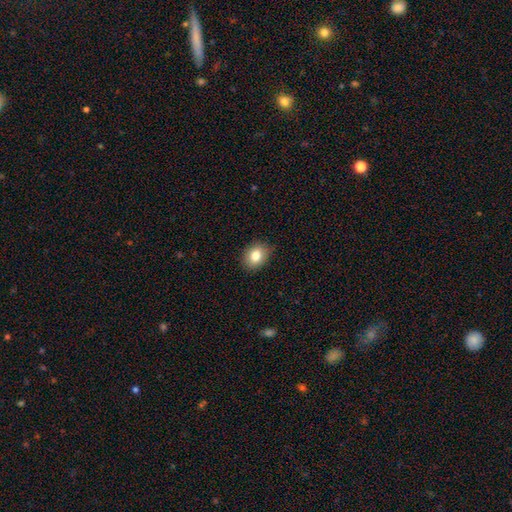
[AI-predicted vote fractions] Overall: smooth (81%). How rounded: in between (55%; round 44%). Merging: none (86%).